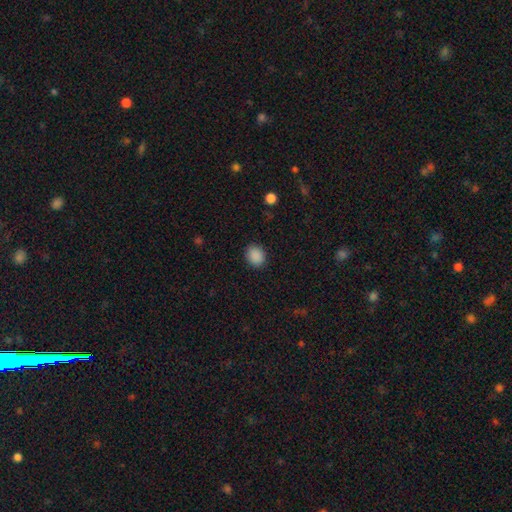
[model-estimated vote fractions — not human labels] Overall: smooth (89%). How rounded: round (58%; in between 41%). Merging: none (88%).